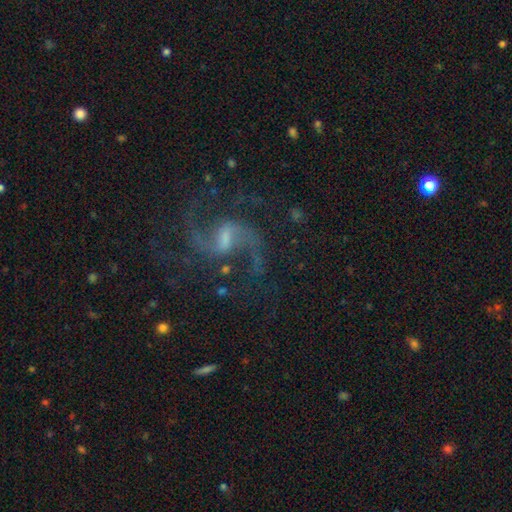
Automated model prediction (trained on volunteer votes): Smooth or featured: featured or disk — 86% (star or artifact — 10%)
Edge-on disk: no — 97% (yes — 3%)
Bar: weak — 56% (no — 25%)
Spiral arms: yes — 98% (no — 2%)
Spiral winding: medium — 48% (loose — 43%)
Spiral arm count: 2 — 83% (3 — 5%)
Bulge size: small — 50% (moderate — 34%)
Merging: none — 76% (minor disturbance — 12%)